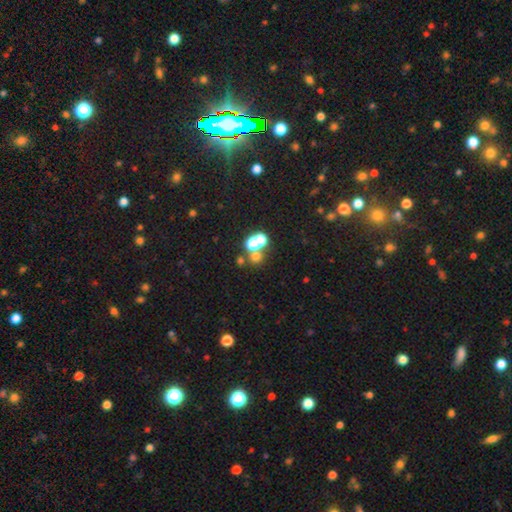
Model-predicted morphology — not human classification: Smooth or featured? Predicted: smooth (p=0.56). How rounded? Predicted: round (p=0.81). Merging? Predicted: none (p=0.47).